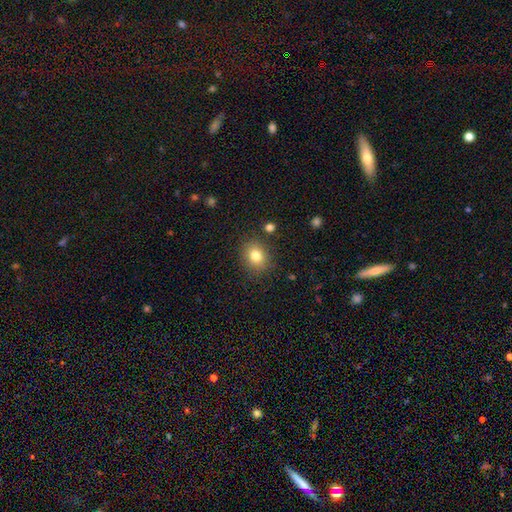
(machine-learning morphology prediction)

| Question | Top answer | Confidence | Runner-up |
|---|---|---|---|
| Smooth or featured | smooth | 81% | star or artifact (11%) |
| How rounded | round | 63% | in between (37%) |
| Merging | none | 84% | minor disturbance (10%) |